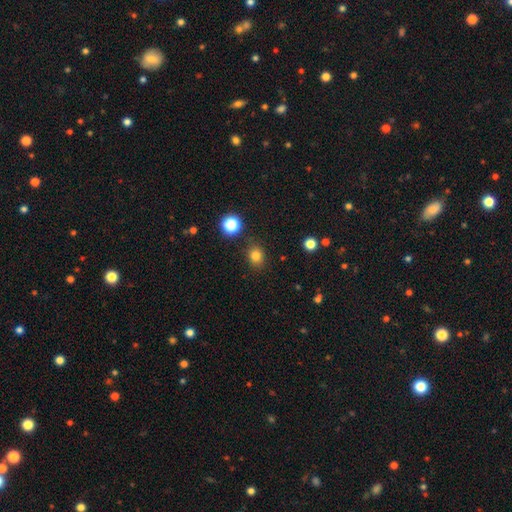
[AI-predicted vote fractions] smooth-or-featured: smooth: 80% | star or artifact: 14% | featured or disk: 5%
  how-rounded: round: 68% | in between: 31% | cigar-shaped: 1%
  merging: none: 83% | minor disturbance: 10% | merger: 3% | major disturbance: 3%